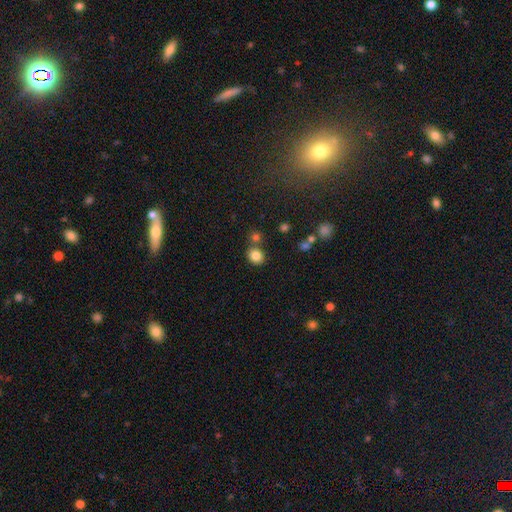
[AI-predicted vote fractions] A smooth galaxy with no disk features (82%) that is round (72%). Merging: none (68%).